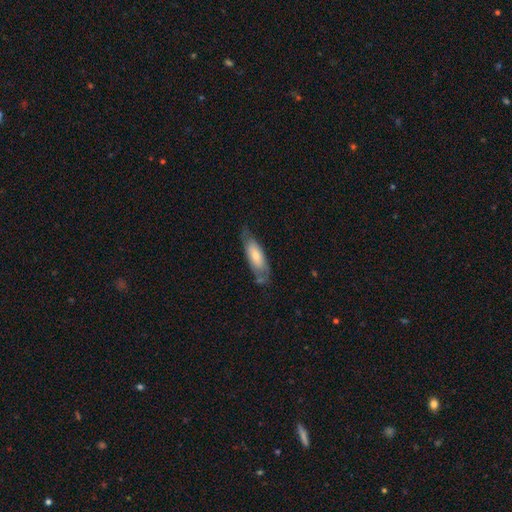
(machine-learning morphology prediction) Smooth or featured? smooth (64%)
How rounded? in between (63%)
Merging? none (59%)